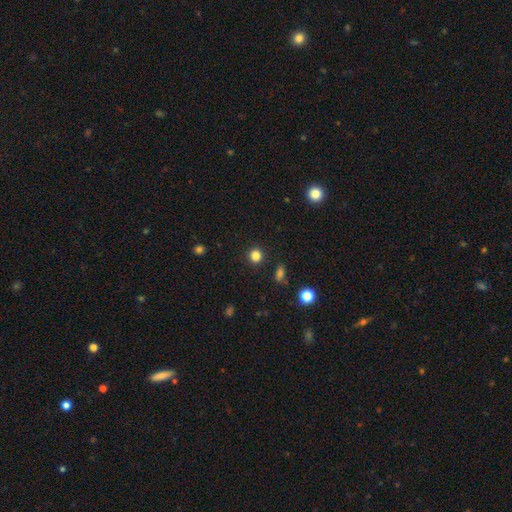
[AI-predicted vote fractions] This is clearly a smooth galaxy (84%). How rounded: clearly round (91%). Merging: clearly none (91%).